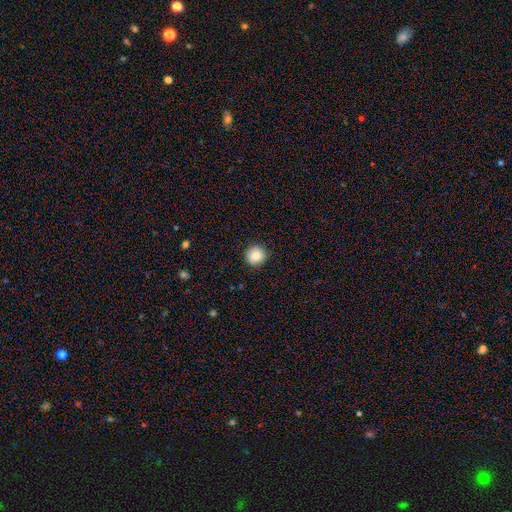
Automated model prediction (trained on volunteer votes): Q: Smooth or featured?
A: smooth (84%); runner-up: star or artifact (9%)
Q: How rounded?
A: round (92%); runner-up: in between (7%)
Q: Merging?
A: none (88%); runner-up: minor disturbance (9%)